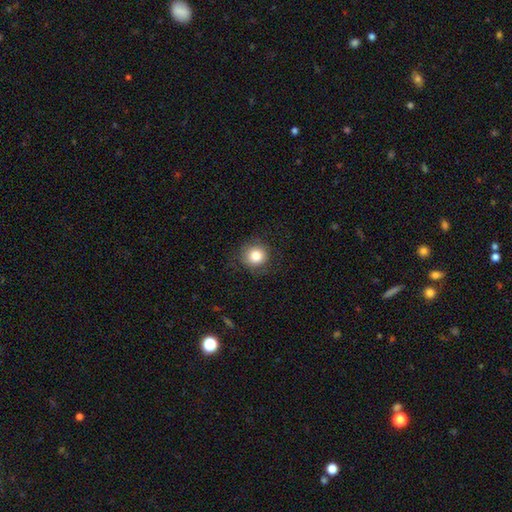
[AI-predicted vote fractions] This is clearly a smooth galaxy (82%). How rounded: clearly round (91%). Merging: clearly none (83%).